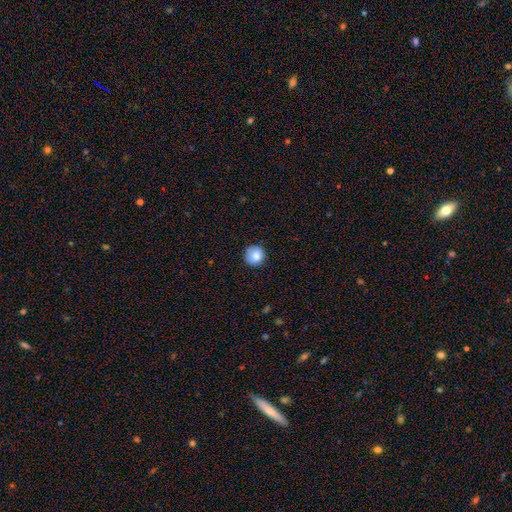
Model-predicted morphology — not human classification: A smooth galaxy with no disk features (80%) that is round (93%).

Vote fractions:
- Smooth or featured? smooth: 80% / featured or disk: 11% / star or artifact: 9%
- How rounded? round: 93% / in between: 6% / cigar-shaped: 1%
- Merging? none: 81% / minor disturbance: 15% / major disturbance: 3% / merger: 1%